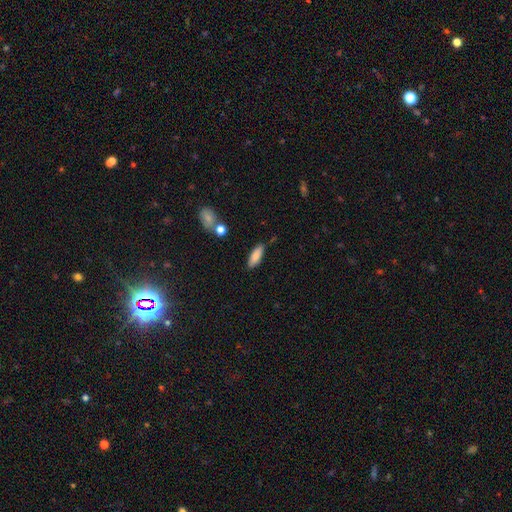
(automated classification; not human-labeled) smooth 85%, featured or disk 8%, star or artifact 7%. Down the decision tree: how rounded — in between (64%); merging — none (81%).